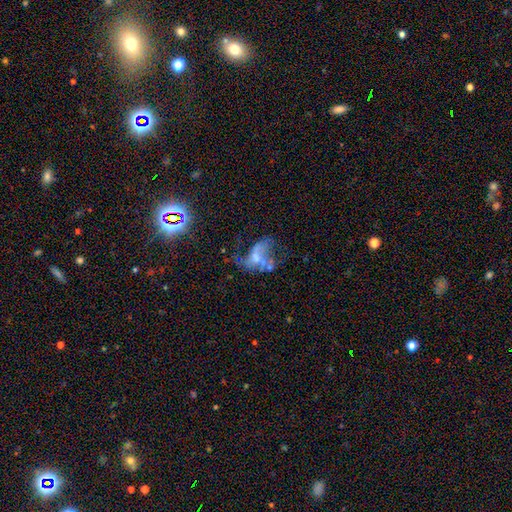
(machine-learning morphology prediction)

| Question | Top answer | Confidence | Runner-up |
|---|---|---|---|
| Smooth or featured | featured or disk | 55% | smooth (28%) |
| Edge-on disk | no | 97% | yes (3%) |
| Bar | no | 78% | weak (17%) |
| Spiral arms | no | 74% | yes (26%) |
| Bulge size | moderate | 32% | tied: none (32%) |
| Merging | major disturbance | 40% | merger (25%) |